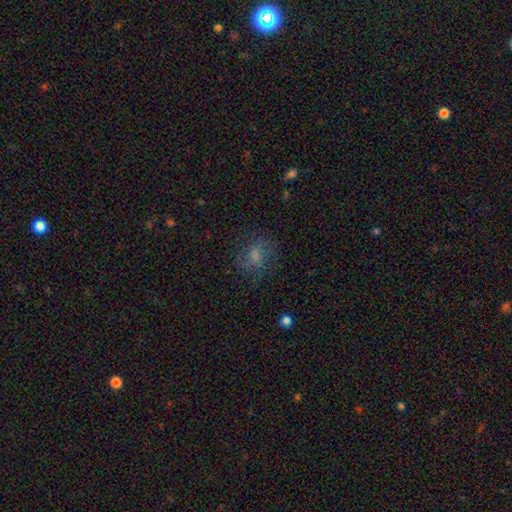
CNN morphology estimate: smooth-or-featured: smooth: 51% | featured or disk: 33% | star or artifact: 16%
  how-rounded: round: 56% | in between: 42% | cigar-shaped: 2%
  merging: none: 67% | minor disturbance: 18% | major disturbance: 14% | merger: 1%